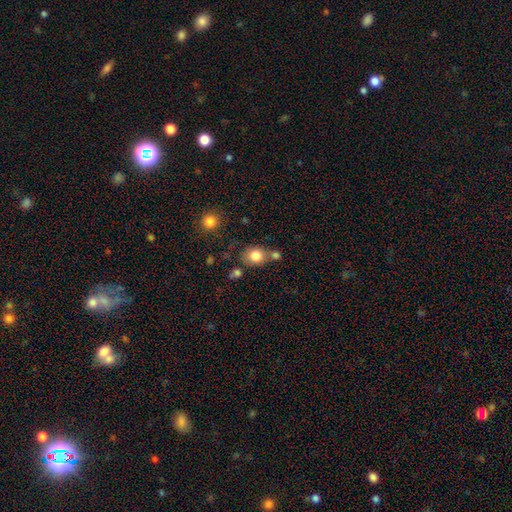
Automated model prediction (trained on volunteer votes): This appears to be a smooth galaxy with no disk features (82%) that is round (67%). Merging: none (59%).